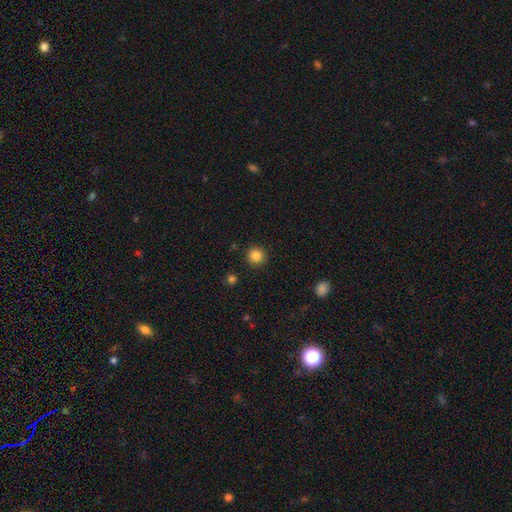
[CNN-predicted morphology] Smooth or featured: smooth — 85% (star or artifact — 11%)
How rounded: round — 95% (in between — 4%)
Merging: none — 92% (minor disturbance — 5%)